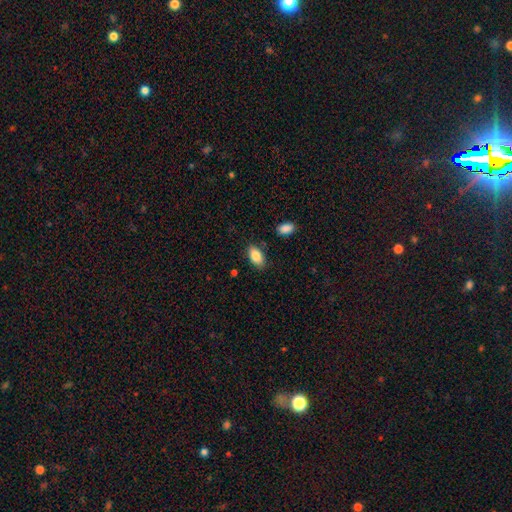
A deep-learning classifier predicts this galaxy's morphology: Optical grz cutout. It shows a smooth galaxy with no disk features (86%) that is in between round and cigar-shaped (93%). Merging: none (83%).